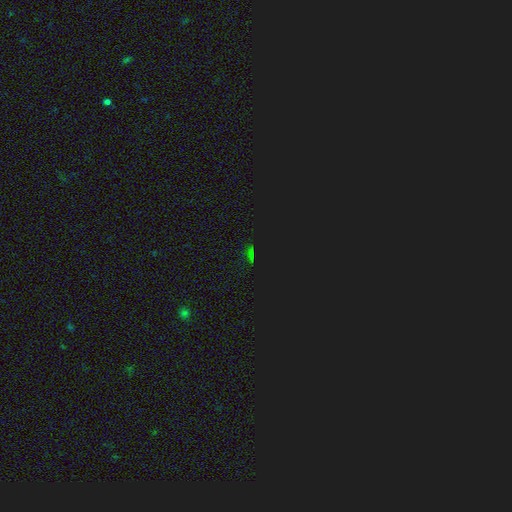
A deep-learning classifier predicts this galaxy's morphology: A star or artifact, not a galaxy (74%).